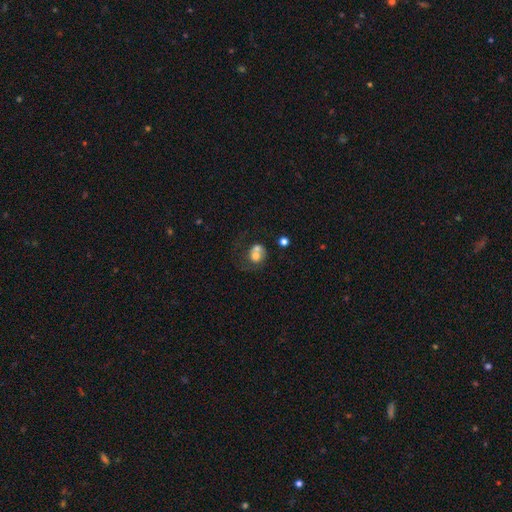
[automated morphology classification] smooth-or-featured: smooth: 61% | featured or disk: 29% | star or artifact: 10%
  how-rounded: round: 66% | in between: 33% | cigar-shaped: 1%
  merging: merger: 59% | none: 21% | major disturbance: 12% | minor disturbance: 9%